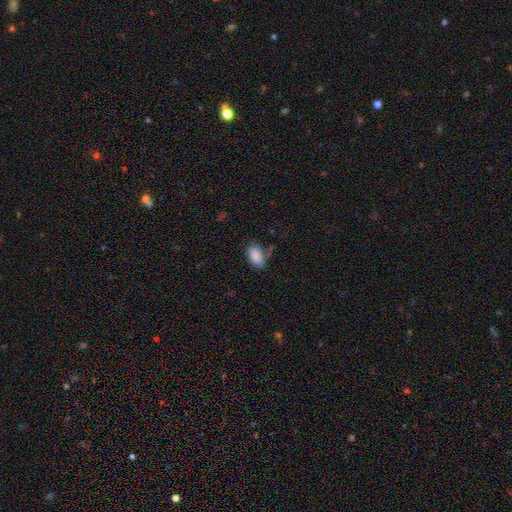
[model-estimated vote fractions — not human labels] The model was most divided on "merging": none: 60%, minor disturbance: 25%, merger: 7%, major disturbance: 7%. More confident: how rounded — in between (93%); smooth or featured — smooth (85%).